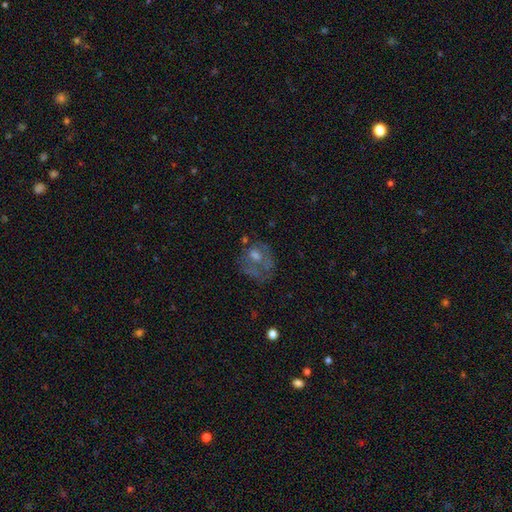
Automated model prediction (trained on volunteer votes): A featured or disk galaxy (47%). Merging: none (40%).